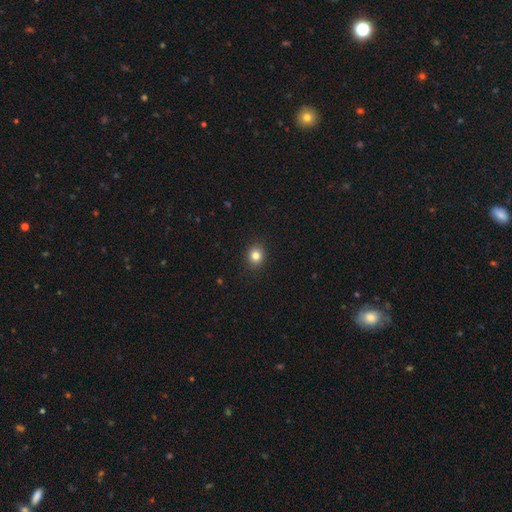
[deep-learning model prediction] Overall: smooth (82%). How rounded: round (79%). Merging: none (91%).